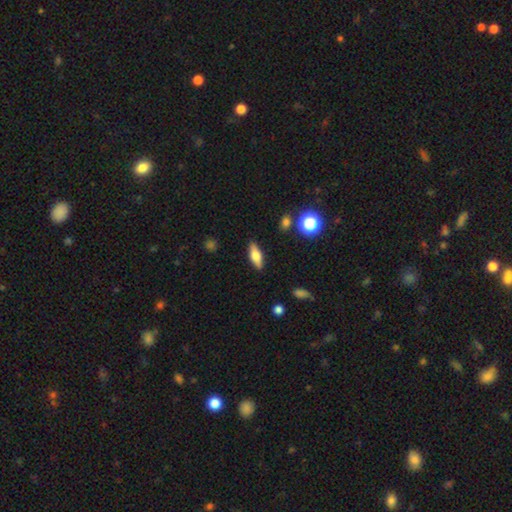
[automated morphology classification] Smooth or featured? Predicted: smooth (p=0.56). How rounded? Predicted: in between (p=0.60). Merging? Predicted: none (p=0.86).